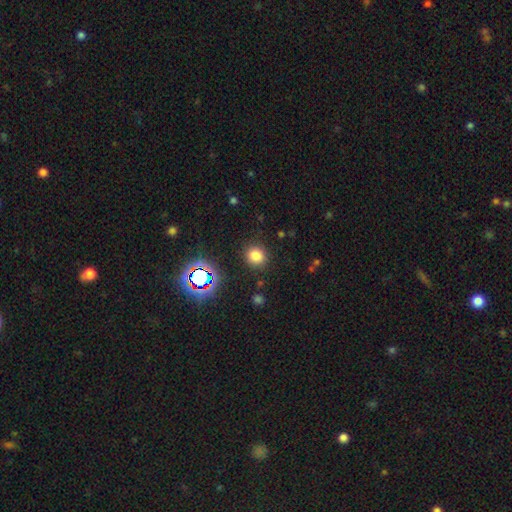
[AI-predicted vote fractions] smooth 77%, star or artifact 18%, featured or disk 5%. Down the decision tree: how rounded — round (83%); merging — none (88%).